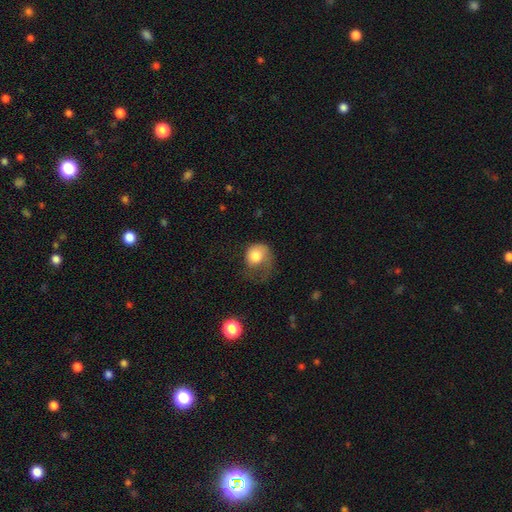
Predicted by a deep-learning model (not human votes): Morphology: type=smooth (68%); roundness=round (64%); merging=major disturbance (54%).